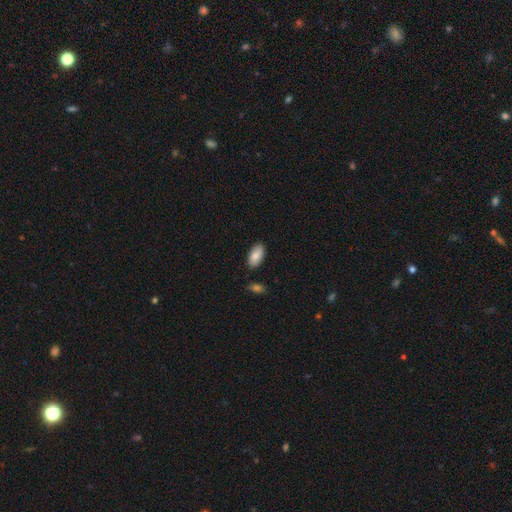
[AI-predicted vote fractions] The model was most divided on "merging": none: 85%, minor disturbance: 10%, merger: 2%, major disturbance: 2%. More confident: how rounded — in between (94%); smooth or featured — smooth (85%).